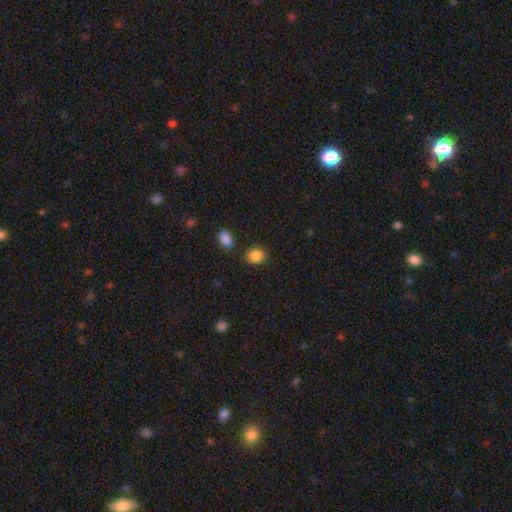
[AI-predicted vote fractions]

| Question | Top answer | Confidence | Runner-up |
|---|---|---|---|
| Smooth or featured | smooth | 87% | star or artifact (9%) |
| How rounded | round | 77% | in between (22%) |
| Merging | none | 84% | minor disturbance (9%) |